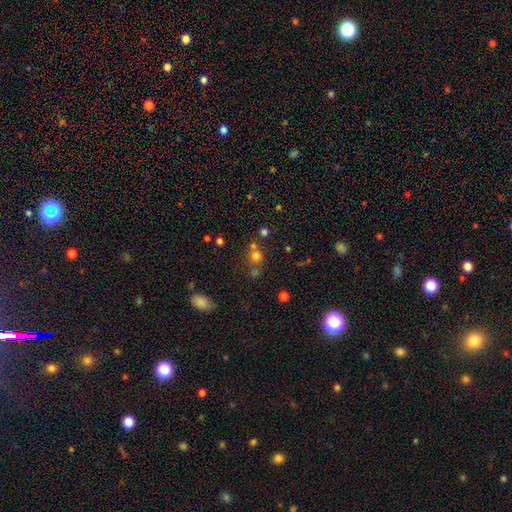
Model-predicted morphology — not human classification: Smooth or featured? smooth (64%)
How rounded? round (84%)
Merging? none (57%)